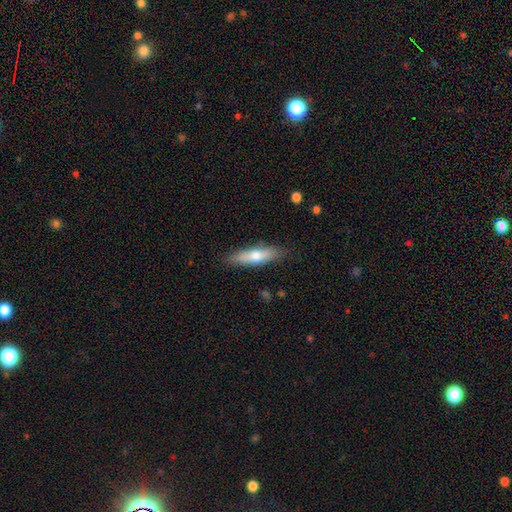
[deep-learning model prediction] Smooth or featured? Predicted: smooth (p=0.64). How rounded? Predicted: cigar-shaped (p=0.70). Merging? Predicted: none (p=0.85).